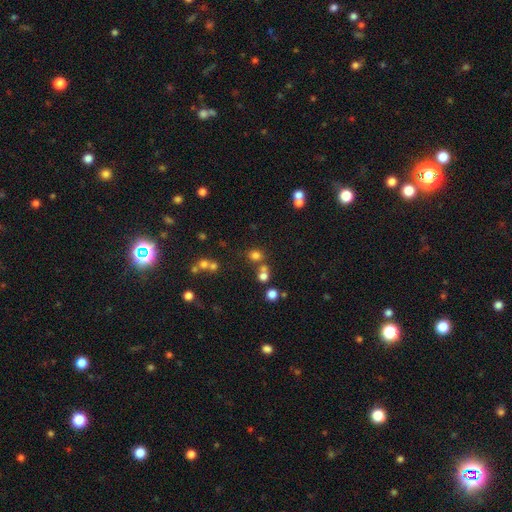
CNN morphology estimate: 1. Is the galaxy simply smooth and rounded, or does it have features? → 71% smooth, 20% star or artifact, 9% featured or disk.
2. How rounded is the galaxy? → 77% round, 22% in between, 1% cigar-shaped.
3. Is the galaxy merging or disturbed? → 65% none, 21% merger, 9% minor disturbance, 5% major disturbance.